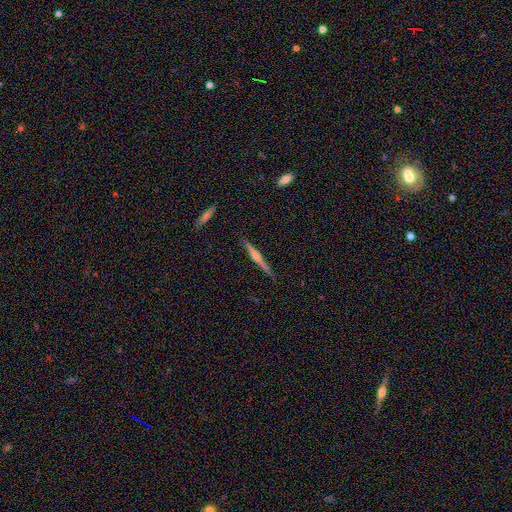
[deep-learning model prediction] Q: Smooth or featured?
A: featured or disk (75%); runner-up: smooth (18%)
Q: Edge-on disk?
A: yes (98%); runner-up: no (2%)
Q: Edge-on bulge?
A: rounded (80%); runner-up: none (12%)
Q: Merging?
A: none (90%); runner-up: minor disturbance (8%)